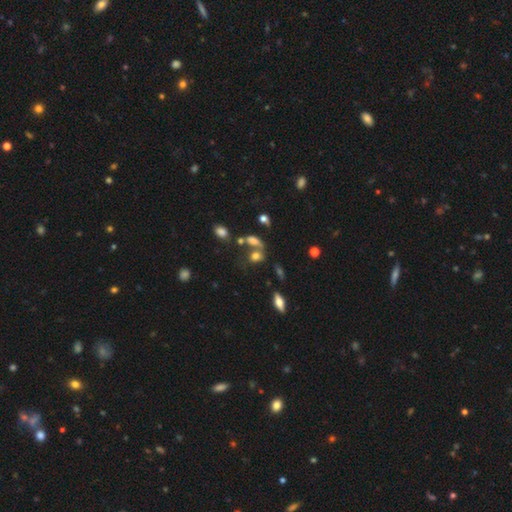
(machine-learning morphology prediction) type=smooth (69%); roundness=in between (67%); merging=none (45%).